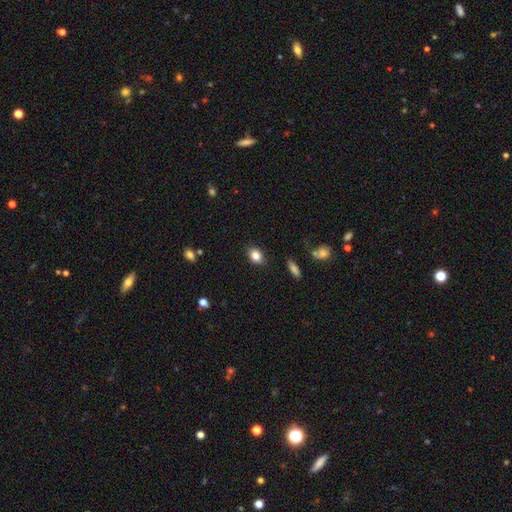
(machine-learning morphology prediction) Q: Smooth or featured?
A: smooth (83%); runner-up: star or artifact (10%)
Q: How rounded?
A: in between (66%); runner-up: round (32%)
Q: Merging?
A: none (85%); runner-up: minor disturbance (11%)